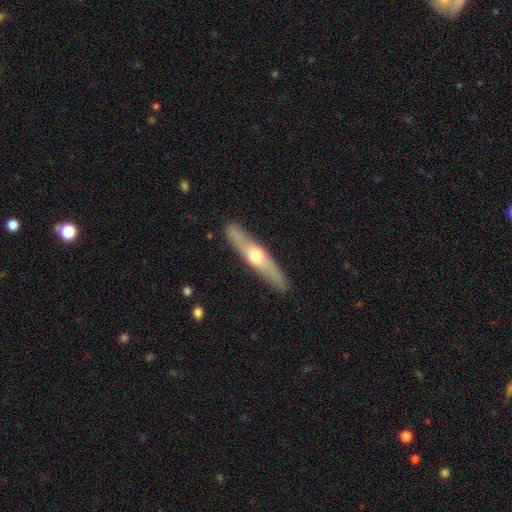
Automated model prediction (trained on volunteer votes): A featured or disk galaxy (58%) viewed edge-on (86%). Merging: none (88%).